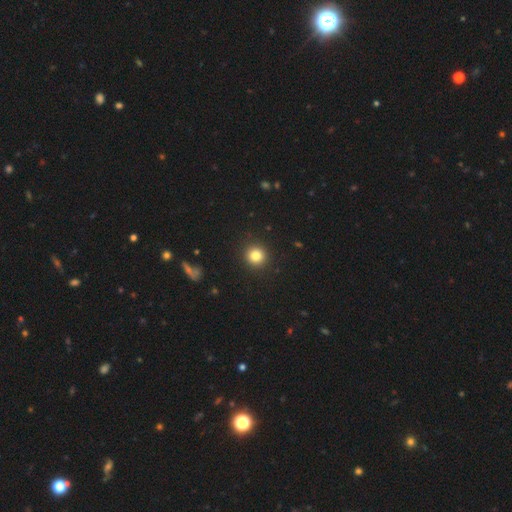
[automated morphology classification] smooth_or_featured: smooth (p=0.83) [alt: star or artifact p=0.11]
how_rounded: round (p=0.93) [alt: in between p=0.06]
merging: none (p=0.92) [alt: minor disturbance p=0.05]